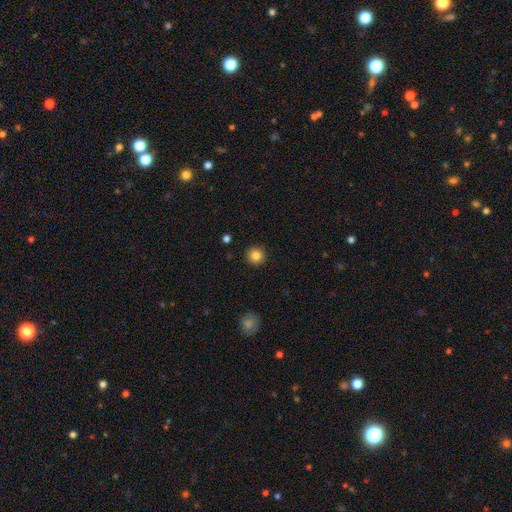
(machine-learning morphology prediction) A smooth galaxy with no disk features (84%) that is round (95%). Merging: none (92%).